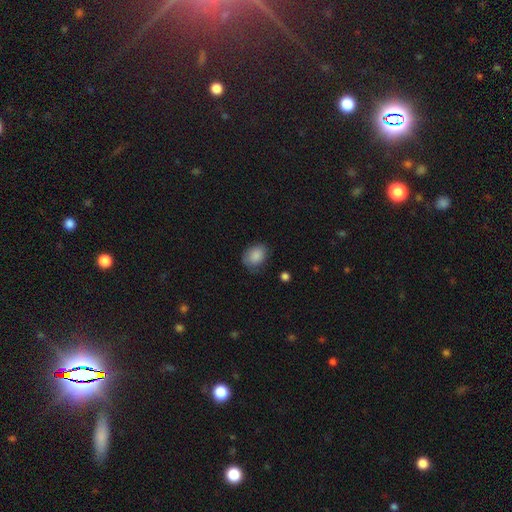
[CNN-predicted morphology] Smooth or featured? Predicted: smooth (p=0.85). How rounded? Predicted: in between (p=0.62). Merging? Predicted: none (p=0.63).